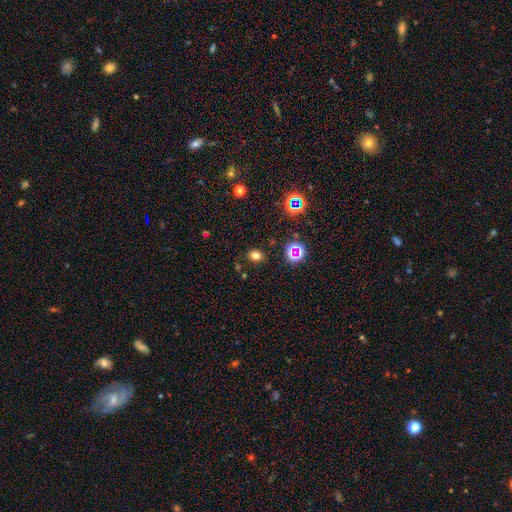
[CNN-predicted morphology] The model was most divided on "how rounded": round: 57%, in between: 42%, cigar-shaped: 1%. More confident: merging — none (86%); smooth or featured — smooth (73%).